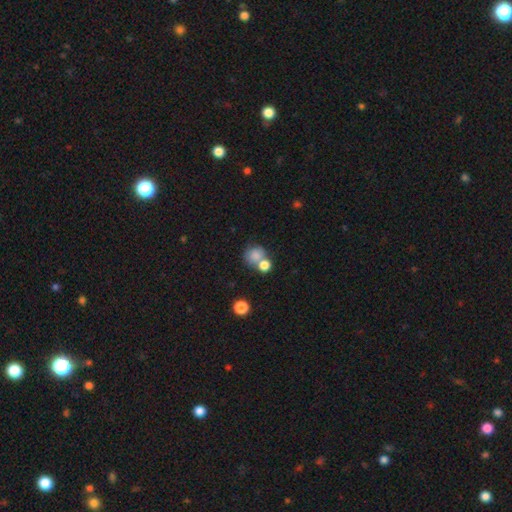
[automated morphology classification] Overall: smooth (80%). How rounded: round (78%). Merging: merger (43%; none 42%).